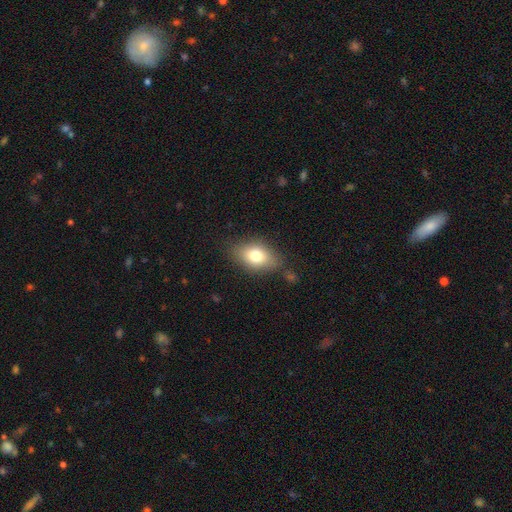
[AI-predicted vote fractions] Smooth or featured: smooth — 76% (featured or disk — 15%)
How rounded: in between — 83% (round — 14%)
Merging: none — 74% (minor disturbance — 17%)